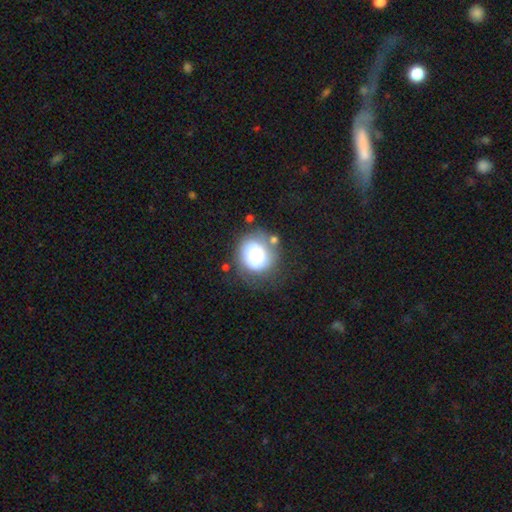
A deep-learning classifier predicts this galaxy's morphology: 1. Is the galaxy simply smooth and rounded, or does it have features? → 67% smooth, 24% featured or disk, 9% star or artifact.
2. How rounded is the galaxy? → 78% round, 21% in between, 1% cigar-shaped.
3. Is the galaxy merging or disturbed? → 57% none, 22% minor disturbance, 12% major disturbance, 9% merger.